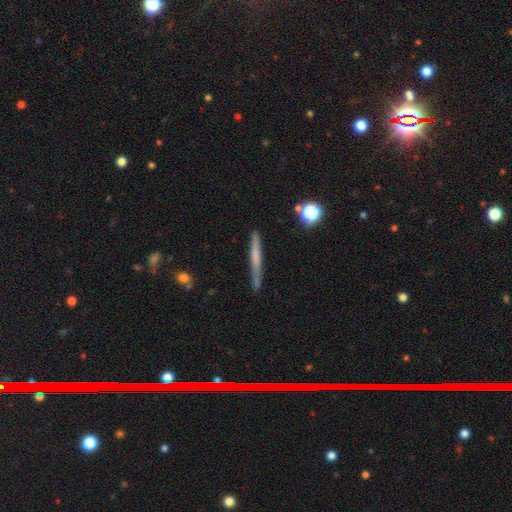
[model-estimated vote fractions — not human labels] Smooth or featured: smooth — 48% (featured or disk — 44%)
Merging: none — 80% (minor disturbance — 14%)